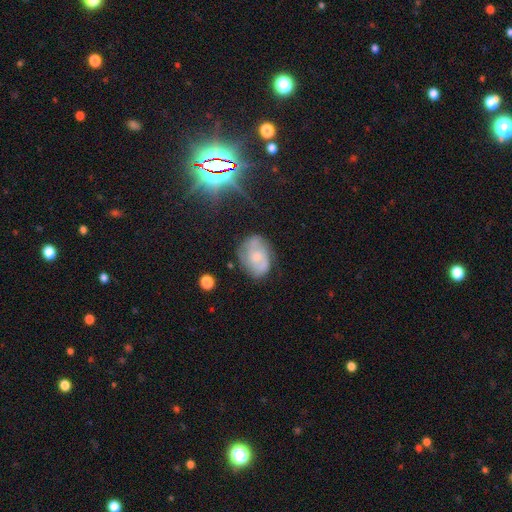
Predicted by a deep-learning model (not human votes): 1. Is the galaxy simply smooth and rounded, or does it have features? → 53% featured or disk, 35% smooth, 12% star or artifact.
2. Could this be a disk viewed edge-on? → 96% no, 4% yes.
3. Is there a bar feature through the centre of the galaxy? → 70% no, 25% weak, 5% strong.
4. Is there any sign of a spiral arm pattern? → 74% yes, 26% no.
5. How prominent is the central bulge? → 45% small, 33% moderate, 17% none, 4% large, 1% dominant.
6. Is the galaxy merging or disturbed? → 66% none, 23% minor disturbance, 8% major disturbance, 3% merger.